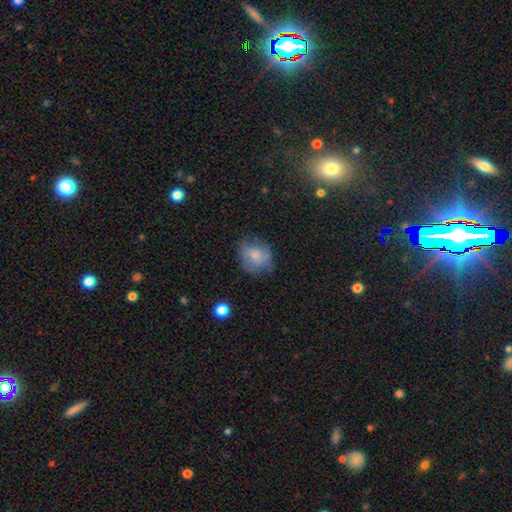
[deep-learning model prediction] smooth 66%, featured or disk 25%, star or artifact 9%. Down the decision tree: how rounded — round (64%); merging — none (57%).